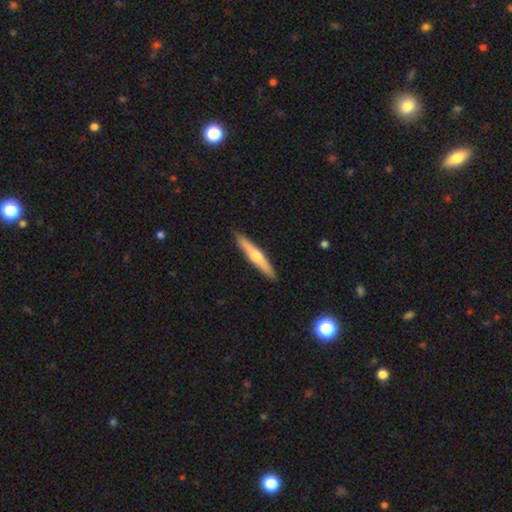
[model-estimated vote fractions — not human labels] Morphology: type=featured or disk (55%); edge-on=yes (96%); edge-on bulge=rounded (87%); merging=none (91%).